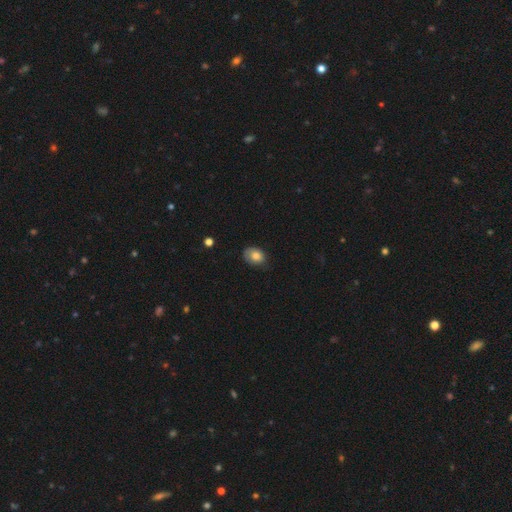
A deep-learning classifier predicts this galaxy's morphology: Q: Smooth or featured?
A: smooth (79%); runner-up: featured or disk (13%)
Q: How rounded?
A: in between (67%); runner-up: round (32%)
Q: Merging?
A: none (67%); runner-up: minor disturbance (26%)